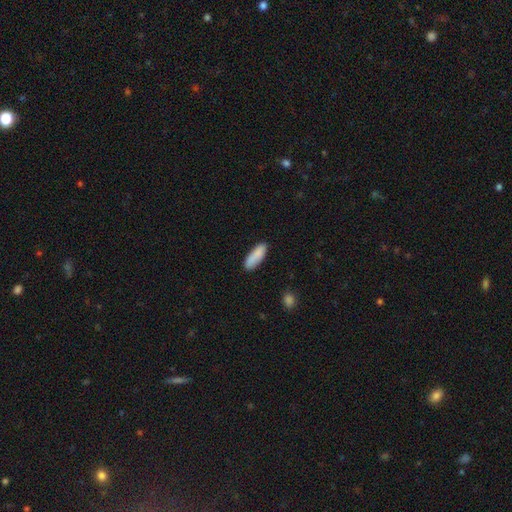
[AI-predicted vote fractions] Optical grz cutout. It shows a smooth galaxy with no disk features (87%) that is in between round and cigar-shaped (59%). Merging: none (81%).